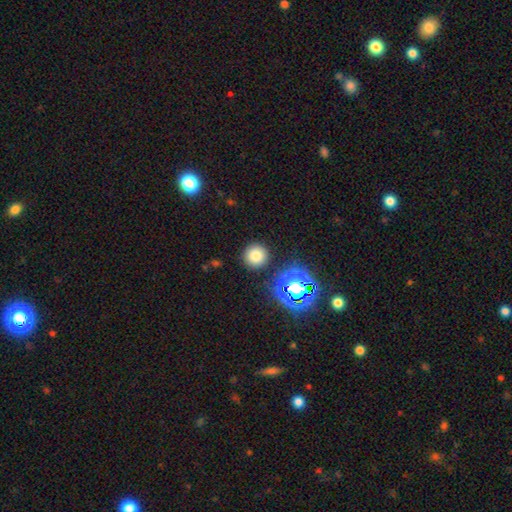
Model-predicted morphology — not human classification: Smooth or featured: smooth — 76% (star or artifact — 17%)
How rounded: round — 94% (in between — 5%)
Merging: none — 88% (minor disturbance — 6%)